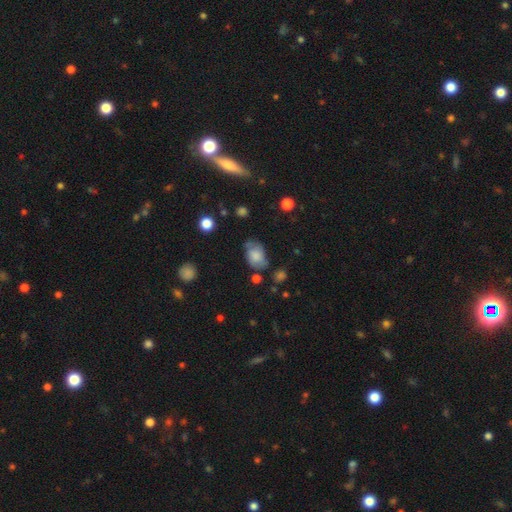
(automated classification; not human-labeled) Smooth or featured? Predicted: smooth (p=0.68). How rounded? Predicted: in between (p=0.83). Merging? Predicted: none (p=0.50).